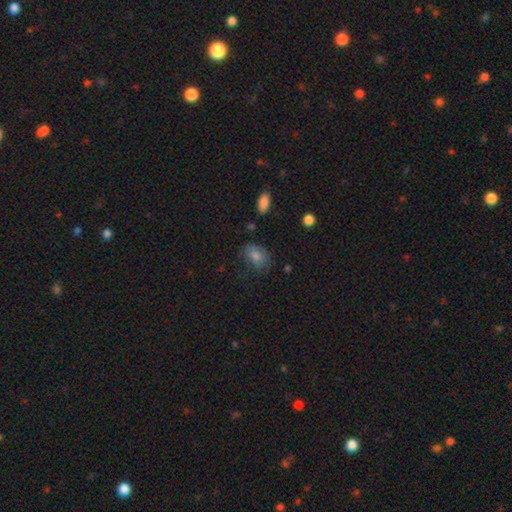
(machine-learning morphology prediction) smooth-or-featured: smooth: 69% | featured or disk: 18% | star or artifact: 14%
  how-rounded: in between: 74% | round: 24% | cigar-shaped: 2%
  merging: none: 65% | minor disturbance: 24% | major disturbance: 9% | merger: 2%